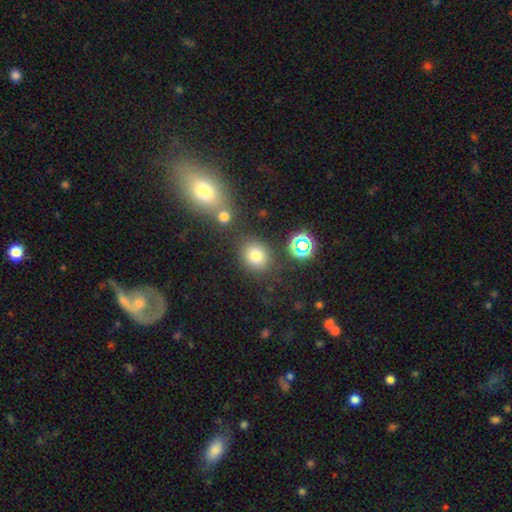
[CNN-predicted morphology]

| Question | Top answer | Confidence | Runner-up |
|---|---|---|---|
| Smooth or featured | smooth | 75% | star or artifact (17%) |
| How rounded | round | 77% | in between (22%) |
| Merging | none | 79% | minor disturbance (10%) |